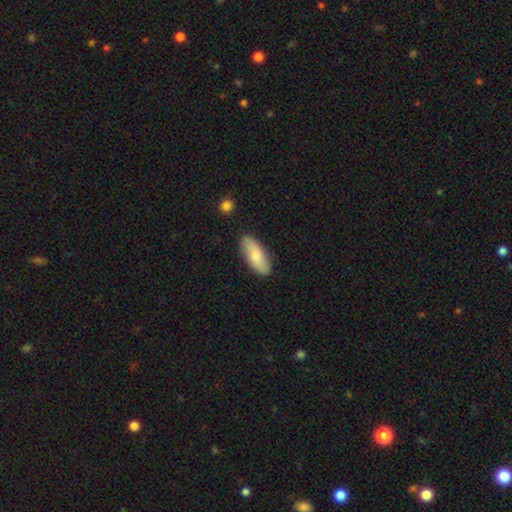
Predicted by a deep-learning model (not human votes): This is likely a smooth galaxy (76%). How rounded: likely in between (80%). Merging: clearly none (86%).